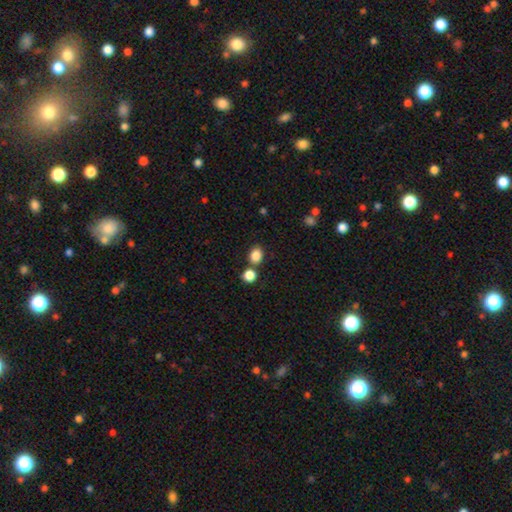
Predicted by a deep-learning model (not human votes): Q: Smooth or featured?
A: smooth (85%); runner-up: star or artifact (11%)
Q: How rounded?
A: round (53%); runner-up: in between (46%)
Q: Merging?
A: none (70%); runner-up: merger (17%)